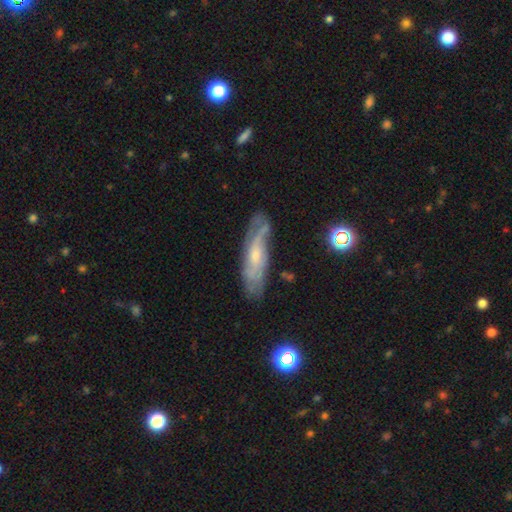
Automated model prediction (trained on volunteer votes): smooth-or-featured: featured or disk: 70% | smooth: 23% | star or artifact: 7%
  disk-edge-on: no: 73% | yes: 27%
    bar: no: 58% | weak: 35% | strong: 7%
    has-spiral-arms: yes: 86% | no: 14%
    bulge-size: small: 57% | moderate: 35% | none: 5% | large: 2% | dominant: 1%
  merging: none: 70% | minor disturbance: 21% | major disturbance: 7% | merger: 3%